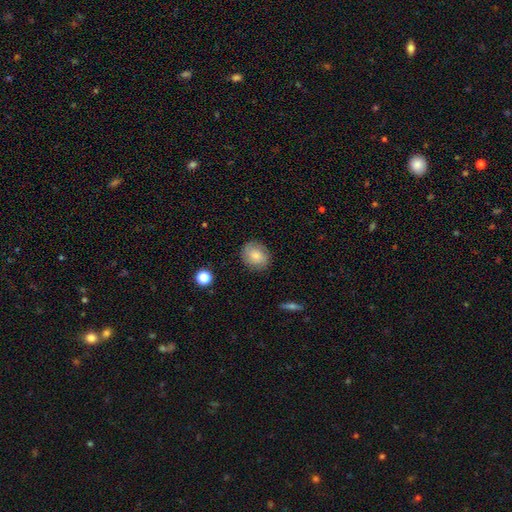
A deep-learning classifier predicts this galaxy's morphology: A smooth galaxy with no disk features (64%) that is round (63%). Merging: none (82%).